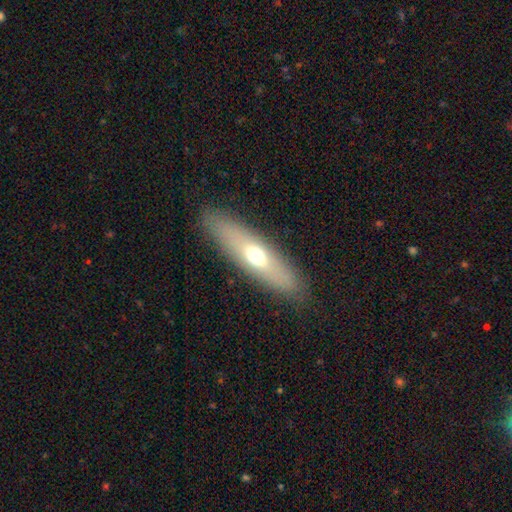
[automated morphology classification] Smooth or featured: smooth — 53% (featured or disk — 39%)
How rounded: cigar-shaped — 57% (in between — 41%)
Merging: none — 86% (minor disturbance — 9%)